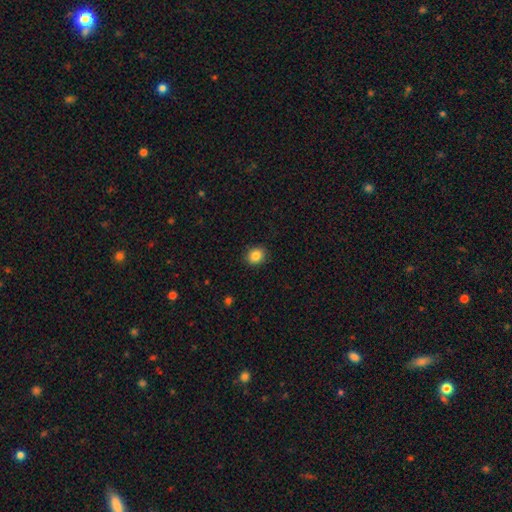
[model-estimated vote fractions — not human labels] Morphology: type=smooth (86%); roundness=round (68%); merging=none (90%).